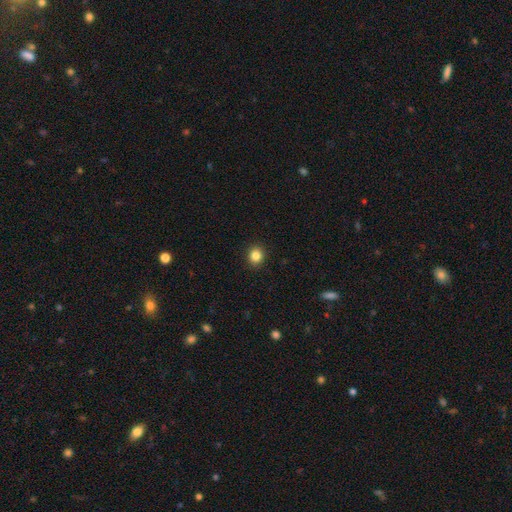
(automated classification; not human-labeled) Smooth or featured? Predicted: smooth (p=0.85). How rounded? Predicted: round (p=0.82). Merging? Predicted: none (p=0.92).